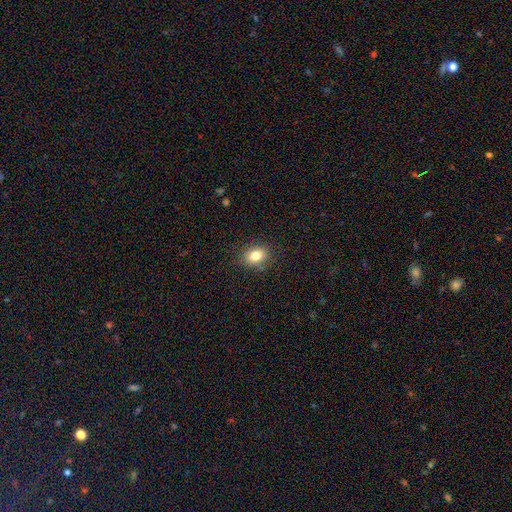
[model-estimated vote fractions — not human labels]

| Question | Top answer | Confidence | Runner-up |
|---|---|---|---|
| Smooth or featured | smooth | 82% | star or artifact (10%) |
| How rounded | in between | 61% | round (38%) |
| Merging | none | 86% | minor disturbance (10%) |